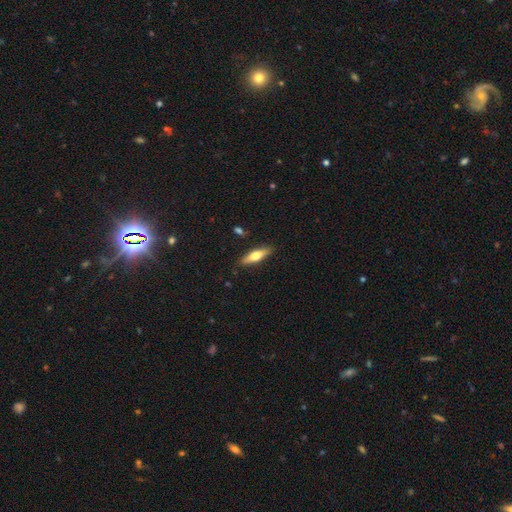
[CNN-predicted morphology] A smooth galaxy with no disk features (54%) that is cigar-shaped (63%). Merging: none (87%).